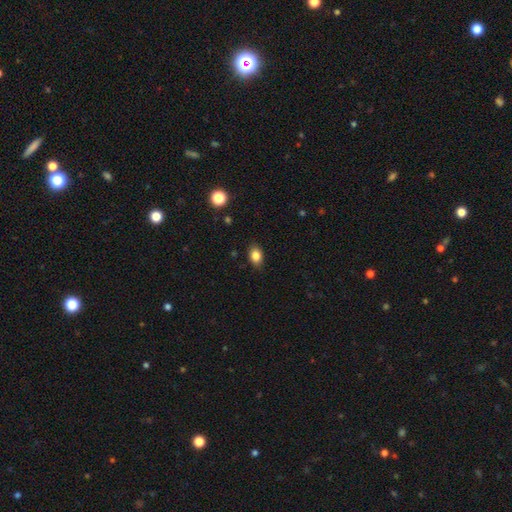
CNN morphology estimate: Overall: smooth (85%). How rounded: in between (77%). Merging: none (85%).